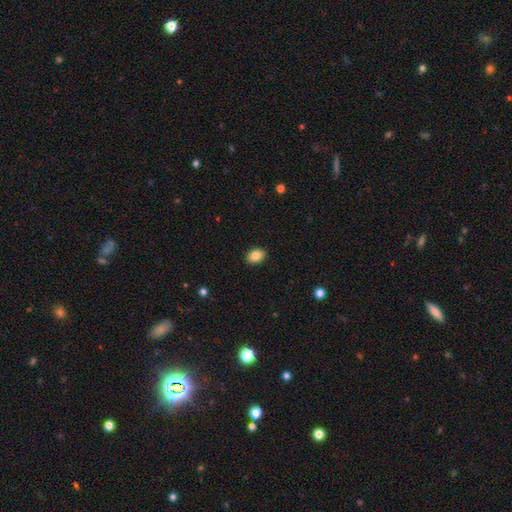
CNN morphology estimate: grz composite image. It shows a smooth galaxy with no disk features (85%) that is in between round and cigar-shaped (74%). Merging: none (90%).